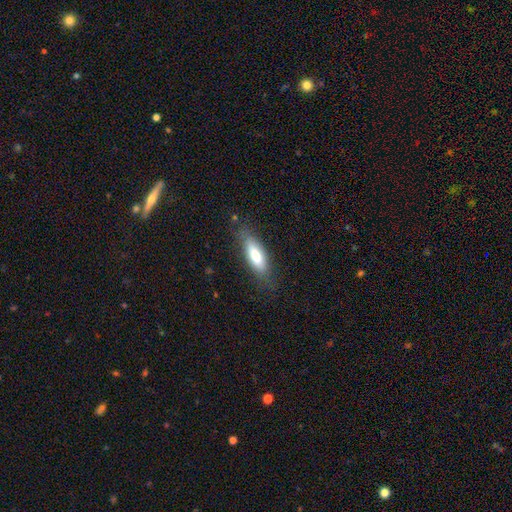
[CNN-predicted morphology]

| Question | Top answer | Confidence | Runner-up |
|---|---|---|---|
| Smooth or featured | smooth | 73% | featured or disk (21%) |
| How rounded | in between | 61% | cigar-shaped (37%) |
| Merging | none | 78% | minor disturbance (16%) |